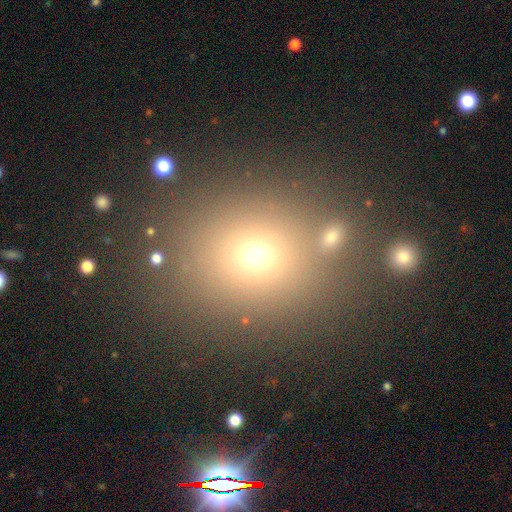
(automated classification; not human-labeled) Smooth or featured: smooth — 64% (star or artifact — 26%)
How rounded: round — 73% (in between — 26%)
Merging: none — 77% (minor disturbance — 9%)